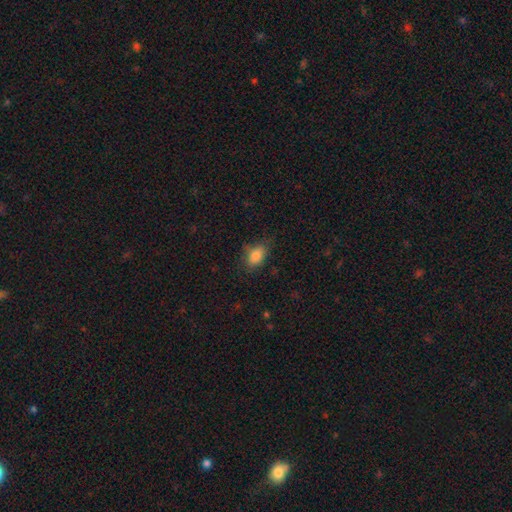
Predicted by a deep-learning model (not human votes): This is clearly a smooth galaxy (84%). How rounded: clearly in between (87%). Merging: likely none (70%).